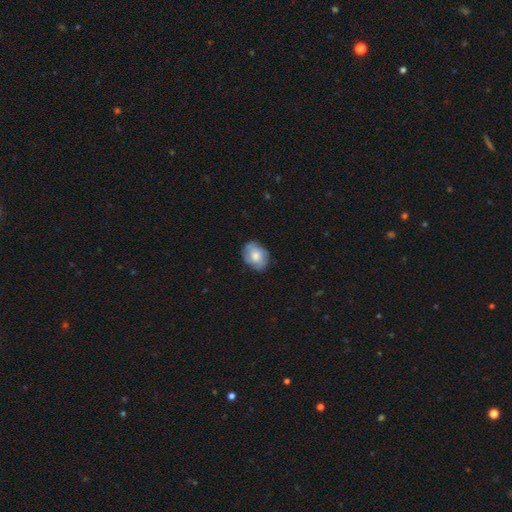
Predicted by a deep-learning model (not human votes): Q: Smooth or featured?
A: smooth (55%); runner-up: featured or disk (38%)
Q: How rounded?
A: in between (63%); runner-up: round (36%)
Q: Merging?
A: none (73%); runner-up: minor disturbance (21%)